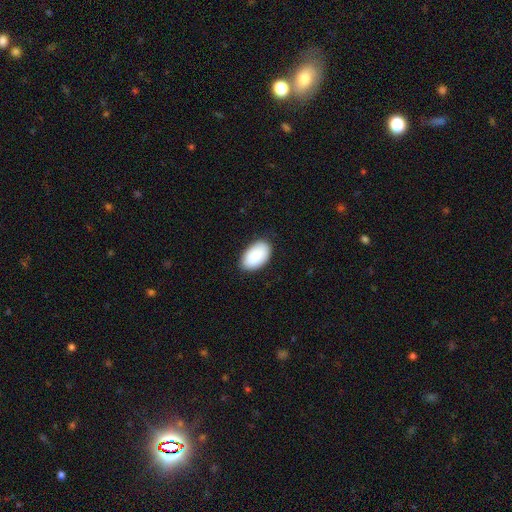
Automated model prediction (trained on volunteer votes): This appears to be a smooth galaxy with no disk features (89%) that is in between round and cigar-shaped (94%). Merging: none (85%).